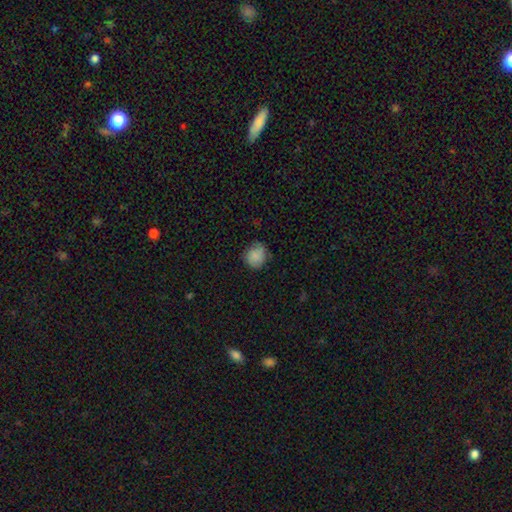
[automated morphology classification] type=smooth (83%); roundness=round (75%); merging=none (74%).